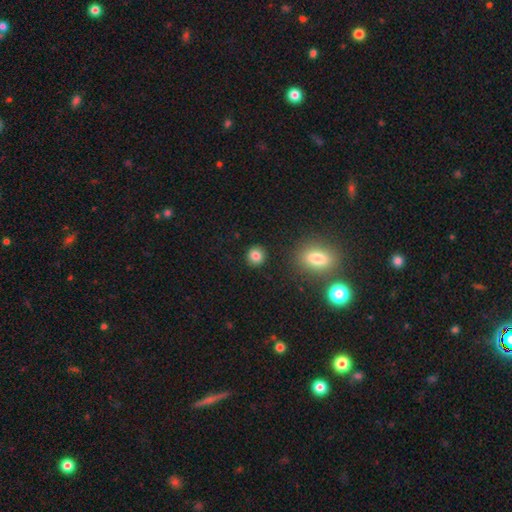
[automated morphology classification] A smooth galaxy with no disk features (84%) that is round (88%). Merging: none (90%).